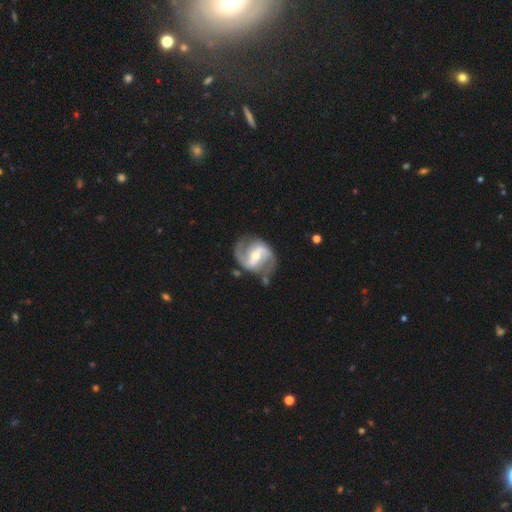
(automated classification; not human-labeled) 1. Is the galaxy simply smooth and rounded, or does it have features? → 89% featured or disk, 7% smooth, 4% star or artifact.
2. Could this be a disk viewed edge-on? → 98% no, 2% yes.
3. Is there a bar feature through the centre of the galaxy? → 45% strong, 39% weak, 16% no.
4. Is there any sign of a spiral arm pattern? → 96% yes, 4% no.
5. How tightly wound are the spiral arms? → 54% medium, 27% loose, 19% tight.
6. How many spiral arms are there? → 91% 2, 3% can't tell, 2% 3, 2% 1, 1% 4, 1% more than 4.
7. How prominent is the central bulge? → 53% moderate, 42% small, 3% large, 1% none, 1% dominant.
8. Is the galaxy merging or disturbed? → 72% none, 16% minor disturbance, 8% major disturbance, 4% merger.